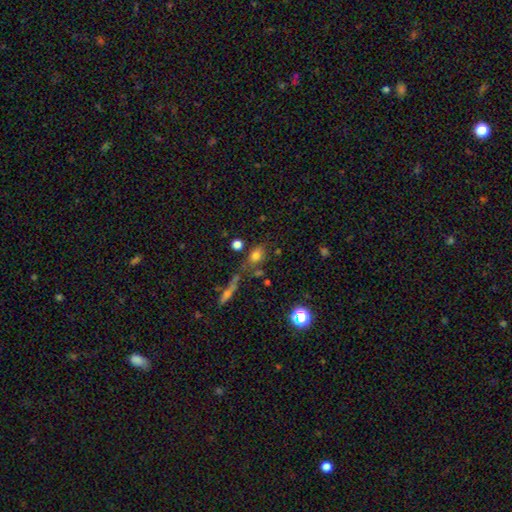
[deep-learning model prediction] Overall: smooth (73%). How rounded: in between (66%; round 29%). Merging: none (60%).